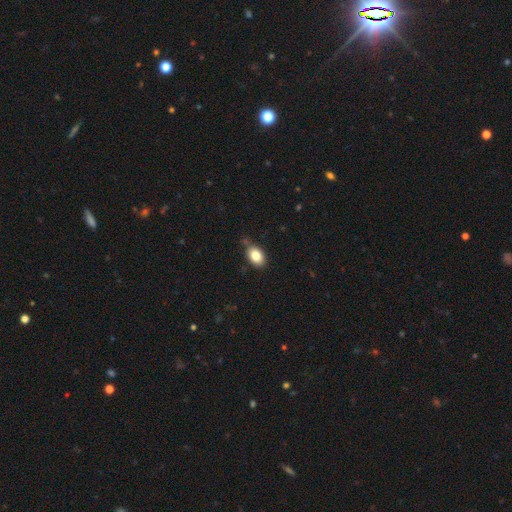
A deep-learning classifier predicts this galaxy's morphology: This is clearly a smooth galaxy (84%). How rounded: clearly in between (84%). Merging: likely none (71%).